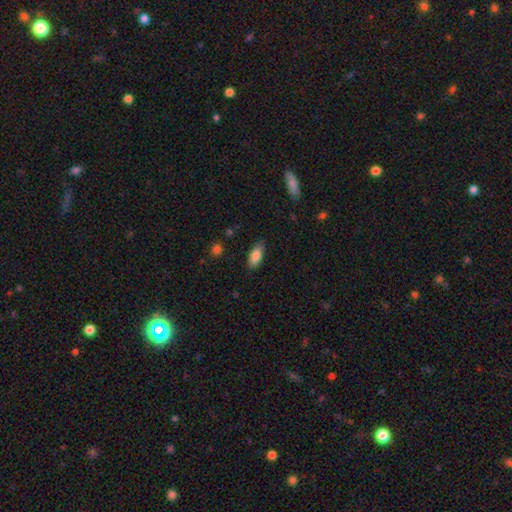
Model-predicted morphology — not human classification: This is clearly a smooth galaxy (84%). How rounded: clearly in between (86%). Merging: clearly none (82%).